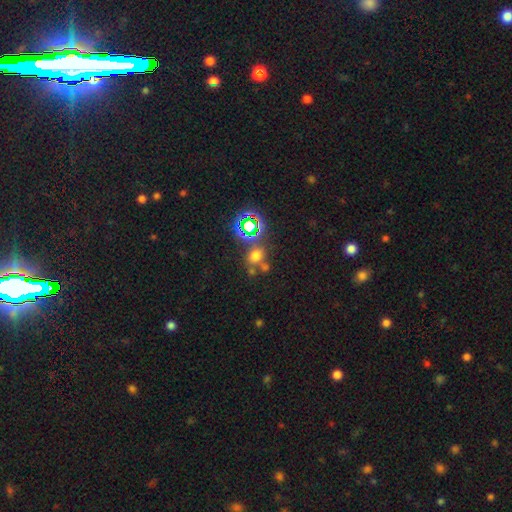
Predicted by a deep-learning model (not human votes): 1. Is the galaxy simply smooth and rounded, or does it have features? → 54% smooth, 35% star or artifact, 10% featured or disk.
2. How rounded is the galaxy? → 64% round, 35% in between, 2% cigar-shaped.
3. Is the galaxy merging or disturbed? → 57% none, 24% merger, 12% minor disturbance, 6% major disturbance.